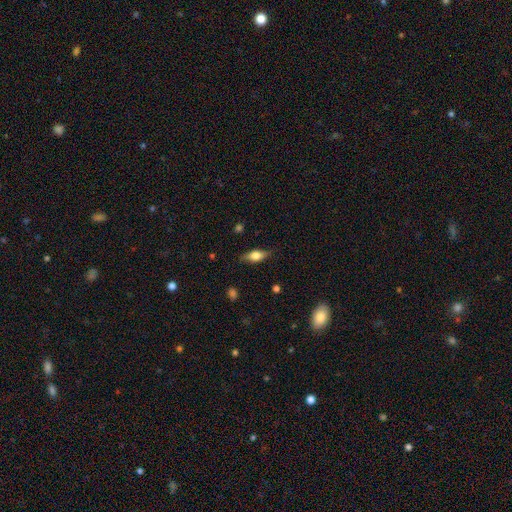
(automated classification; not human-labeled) Overall: smooth (55%; featured or disk 37%). How rounded: in between (72%). Merging: none (80%).